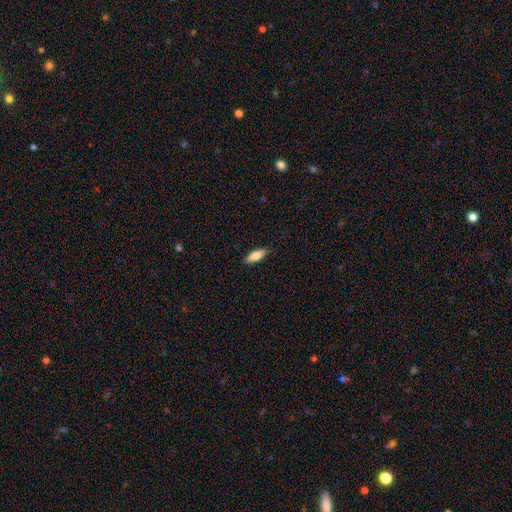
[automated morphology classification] Smooth or featured: smooth — 79% (featured or disk — 15%)
How rounded: in between — 59% (cigar-shaped — 39%)
Merging: none — 87% (minor disturbance — 10%)